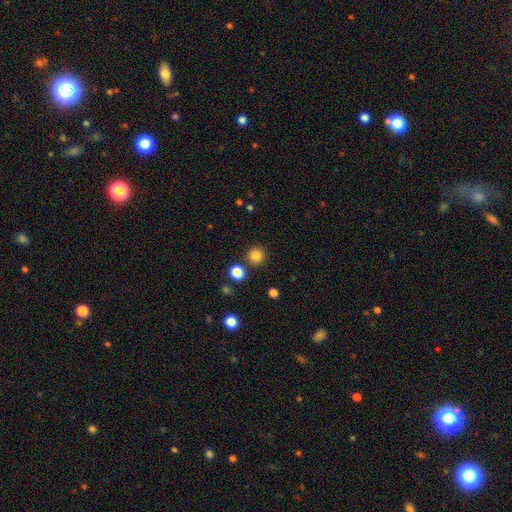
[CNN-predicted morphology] This appears to be a smooth galaxy with no disk features (83%) that is round (94%). Merging: none (87%).